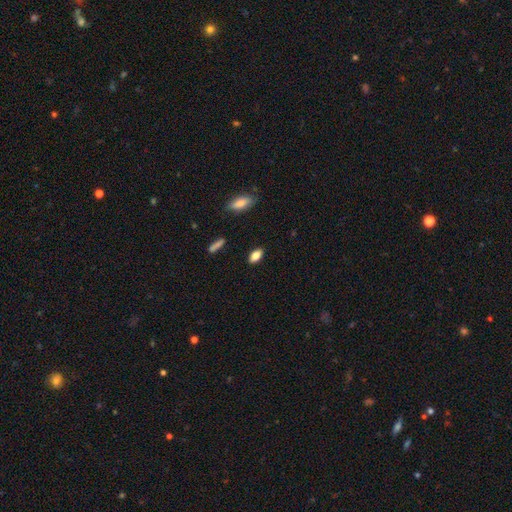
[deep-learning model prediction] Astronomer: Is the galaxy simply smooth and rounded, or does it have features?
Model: smooth — 82%.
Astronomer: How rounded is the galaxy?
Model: in between — 88%.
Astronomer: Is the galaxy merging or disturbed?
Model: none — 88%.